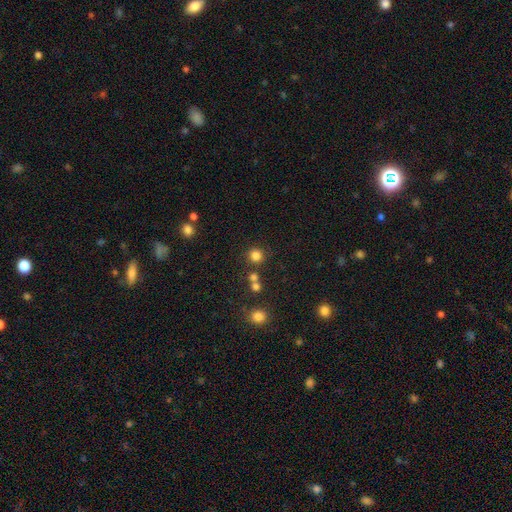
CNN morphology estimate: Smooth or featured?
  - smooth: 80% *
  - star or artifact: 15%
  - featured or disk: 5%
How rounded?
  - round: 92% *
  - in between: 7%
  - cigar-shaped: 1%
Merging?
  - none: 77% *
  - merger: 12%
  - minor disturbance: 8%
  - major disturbance: 3%